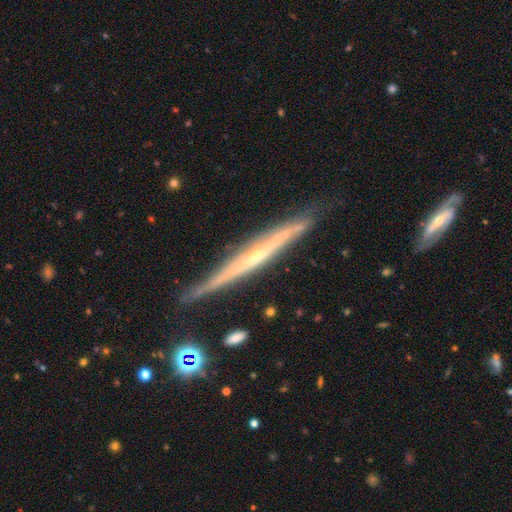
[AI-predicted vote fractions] Smooth or featured: featured or disk — 79% (smooth — 15%)
Edge-on disk: yes — 96% (no — 4%)
Edge-on bulge: rounded — 53% (none — 42%)
Merging: none — 82% (minor disturbance — 14%)